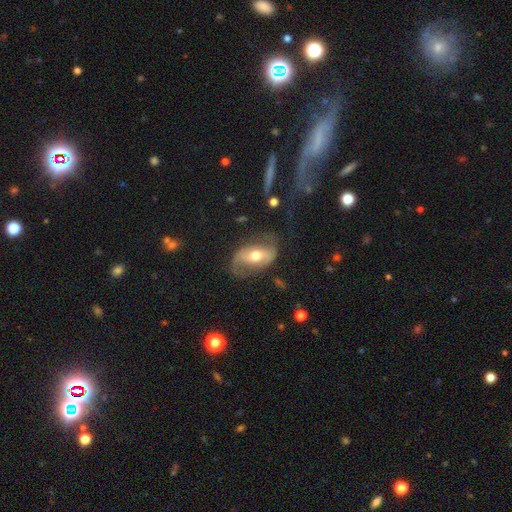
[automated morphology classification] smooth-or-featured: featured or disk: 67% | smooth: 27% | star or artifact: 6%
  disk-edge-on: no: 92% | yes: 8%
    bar: strong: 37% | weak: 33% | no: 30%
    has-spiral-arms: yes: 73% | no: 27%
    bulge-size: moderate: 72% | small: 15% | large: 11% | dominant: 1% | none: 1%
  merging: none: 60% | minor disturbance: 20% | major disturbance: 18% | merger: 2%